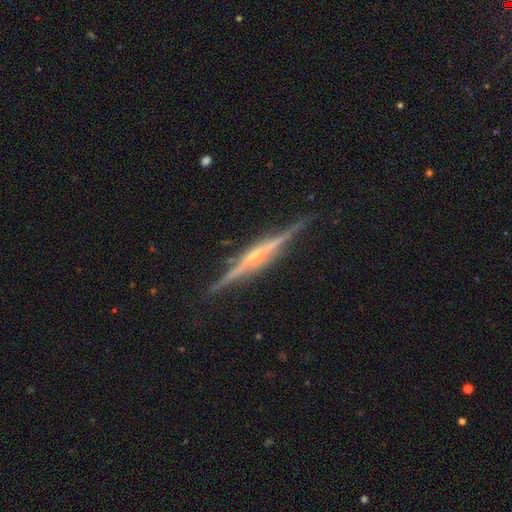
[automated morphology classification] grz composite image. It shows a featured or disk galaxy (85%) viewed edge-on (98%) with a rounded central bulge (56%). Merging: none (85%).